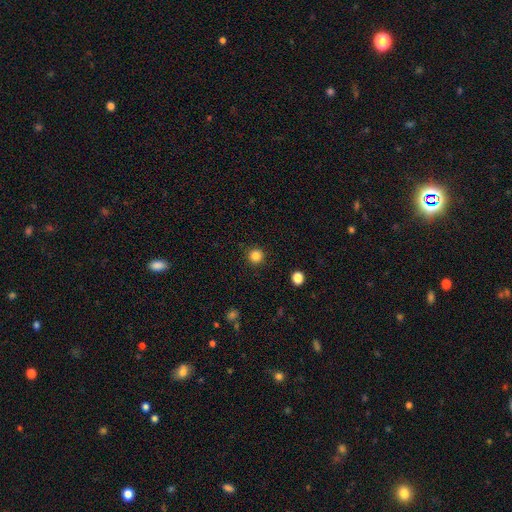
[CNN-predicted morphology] This appears to be a smooth galaxy with no disk features (85%) that is round (95%). Merging: none (92%).